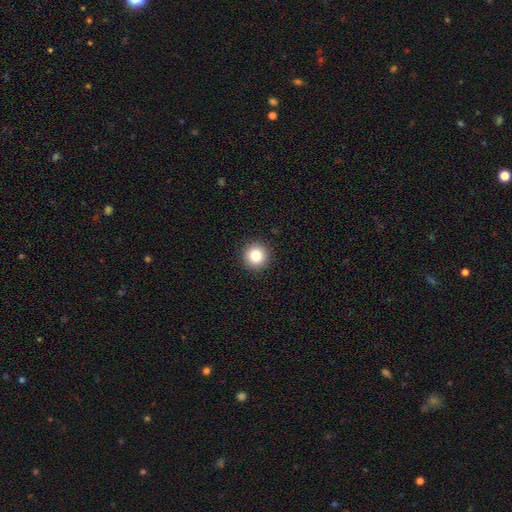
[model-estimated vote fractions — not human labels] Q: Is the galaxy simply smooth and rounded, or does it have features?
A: smooth — 82%.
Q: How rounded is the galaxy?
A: round — 95%.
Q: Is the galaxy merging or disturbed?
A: none — 93%.